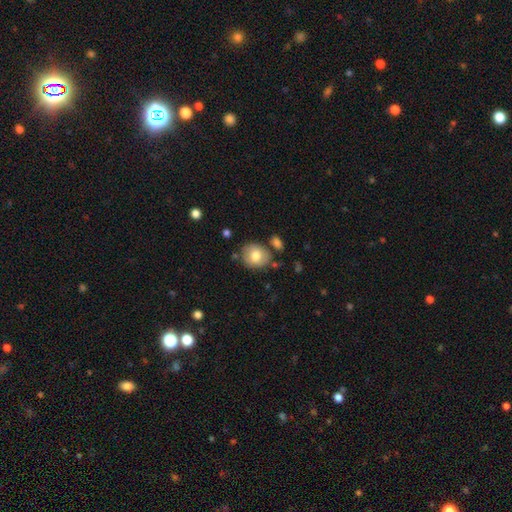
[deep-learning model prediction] Smooth or featured: smooth — 77% (featured or disk — 15%)
How rounded: round — 67% (in between — 32%)
Merging: none — 76% (minor disturbance — 13%)